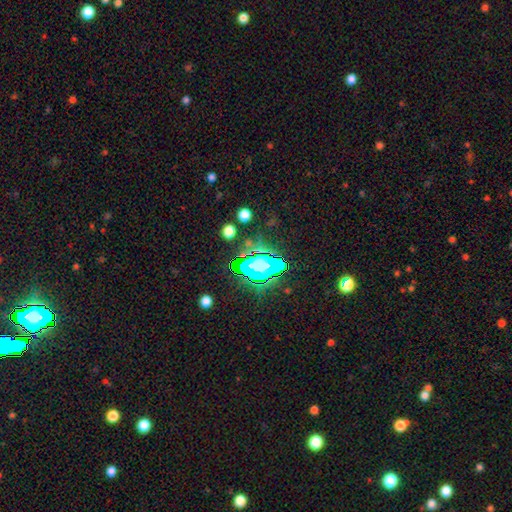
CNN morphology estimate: Q: Smooth or featured?
A: star or artifact (79%); runner-up: smooth (11%)